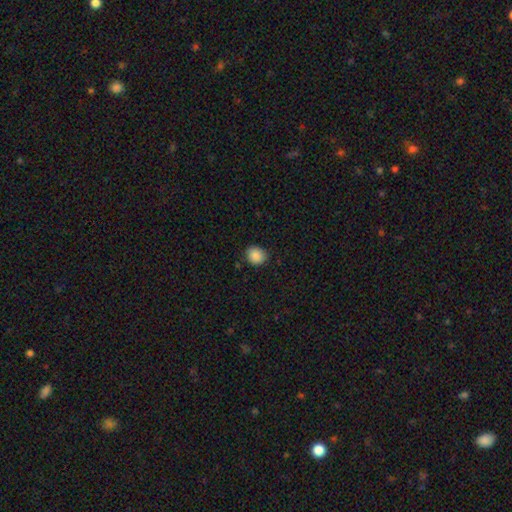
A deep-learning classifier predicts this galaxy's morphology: smooth 88%, star or artifact 9%, featured or disk 3%. Down the decision tree: how rounded — round (72%); merging — none (84%).